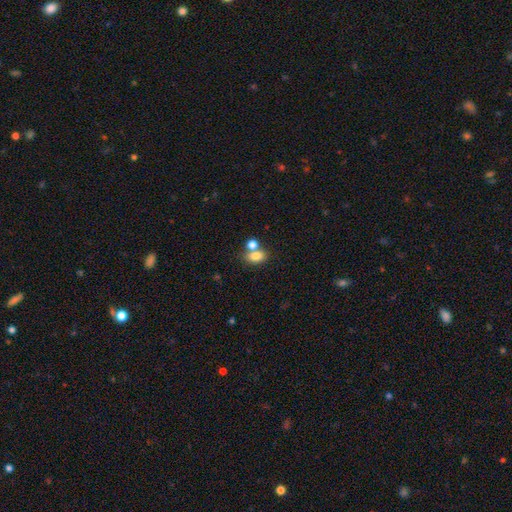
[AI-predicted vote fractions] A smooth galaxy with no disk features (80%) that is in between round and cigar-shaped (73%). Merging: none (47%).